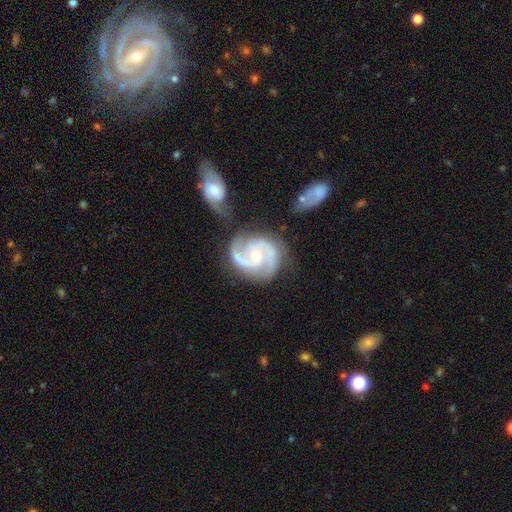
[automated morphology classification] The model was most divided on "spiral winding": medium: 52%, tight: 37%, loose: 11%. More confident: edge-on disk — no (98%); spiral arms — yes (98%); smooth or featured — featured or disk (90%); spiral arm count — 2 (78%); bar — no (61%); bulge size — moderate (57%); merging — none (54%).